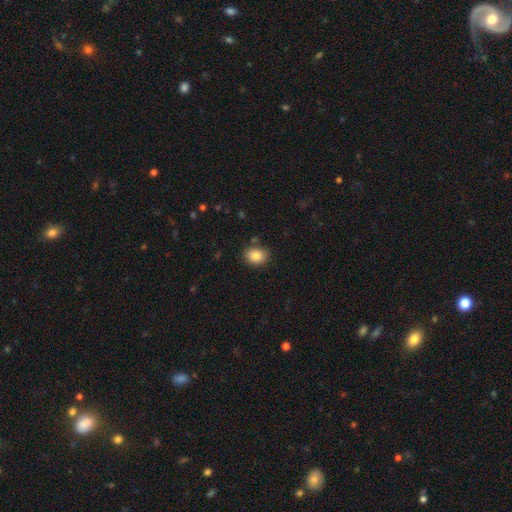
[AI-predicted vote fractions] Overall: smooth (86%). How rounded: in between (59%; round 40%). Merging: none (82%).